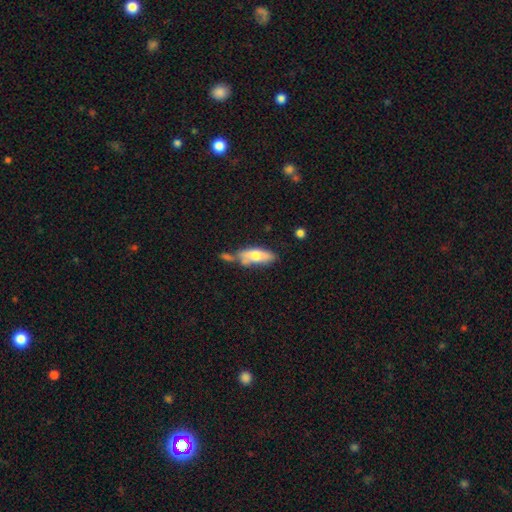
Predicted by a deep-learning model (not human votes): smooth 63%, featured or disk 31%, star or artifact 6%. Down the decision tree: how rounded — in between (69%); merging — none (41%).